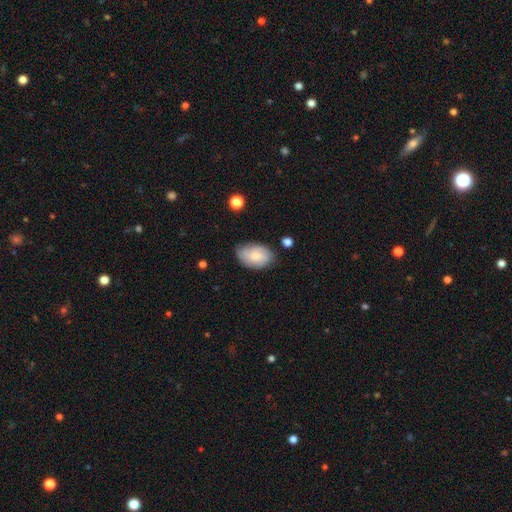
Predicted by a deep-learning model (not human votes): smooth_or_featured: smooth (p=0.53) [alt: featured or disk p=0.39]
how_rounded: in between (p=0.88) [alt: round p=0.11]
merging: none (p=0.74) [alt: minor disturbance p=0.19]